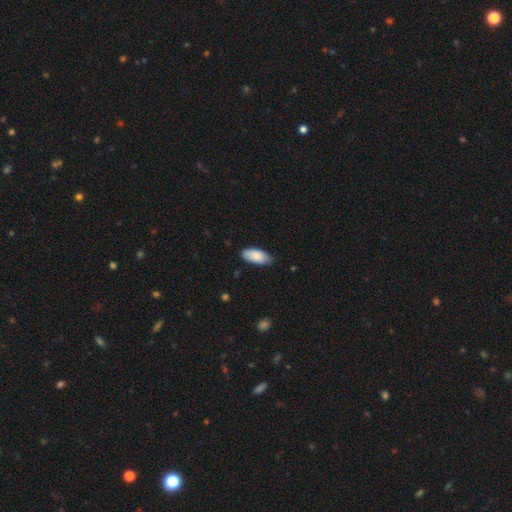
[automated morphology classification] A smooth galaxy with no disk features (87%) that is in between round and cigar-shaped (92%). Merging: none (76%).